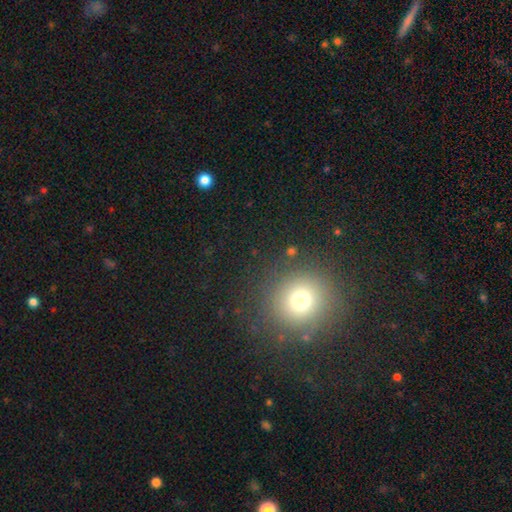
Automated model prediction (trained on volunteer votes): A smooth galaxy with no disk features (67%) that is round (92%).

Vote fractions:
- Smooth or featured? smooth: 67% / star or artifact: 25% / featured or disk: 8%
- How rounded? round: 92% / in between: 7% / cigar-shaped: 1%
- Merging? none: 88% / minor disturbance: 7% / major disturbance: 3% / merger: 2%